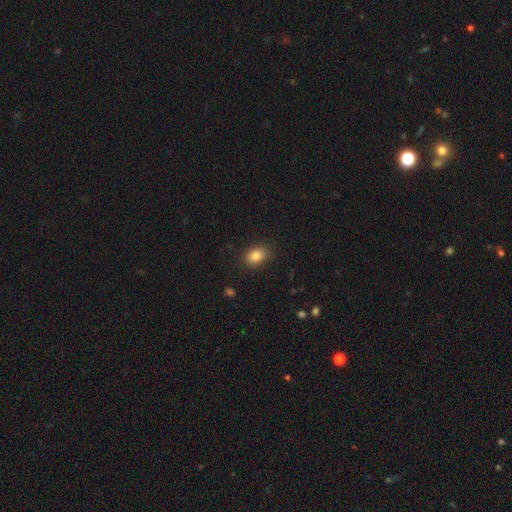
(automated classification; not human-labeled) smooth-or-featured: smooth: 85% | star or artifact: 9% | featured or disk: 5%
  how-rounded: in between: 73% | round: 26% | cigar-shaped: 1%
  merging: none: 86% | minor disturbance: 10% | major disturbance: 3% | merger: 1%